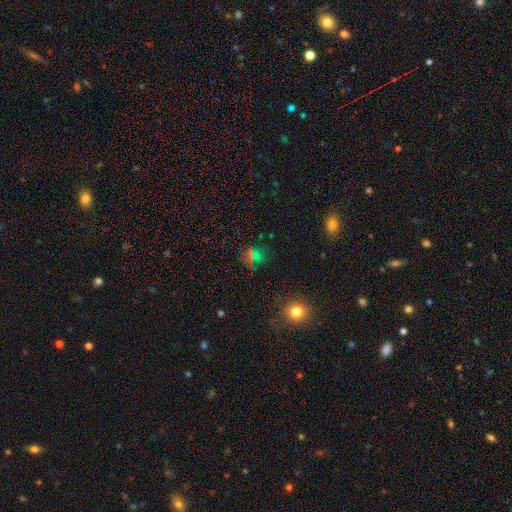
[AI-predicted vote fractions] Smooth or featured? Predicted: smooth (p=0.51). How rounded? Predicted: round (p=0.81). Merging? Predicted: none (p=0.77).